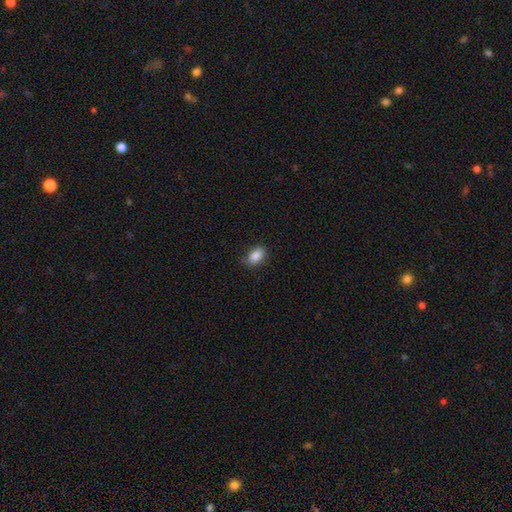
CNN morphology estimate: smooth-or-featured: smooth: 86% | star or artifact: 8% | featured or disk: 6%
  how-rounded: in between: 85% | round: 13% | cigar-shaped: 2%
  merging: none: 77% | minor disturbance: 18% | major disturbance: 3% | merger: 1%